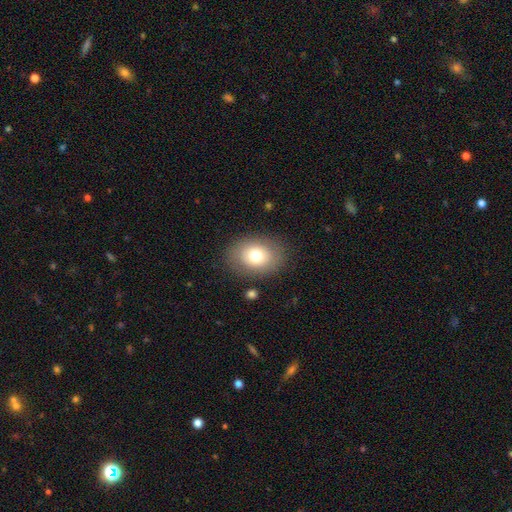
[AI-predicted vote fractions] smooth-or-featured: smooth: 75% | featured or disk: 17% | star or artifact: 9%
  how-rounded: in between: 66% | round: 33% | cigar-shaped: 1%
  merging: none: 84% | minor disturbance: 10% | major disturbance: 4% | merger: 2%